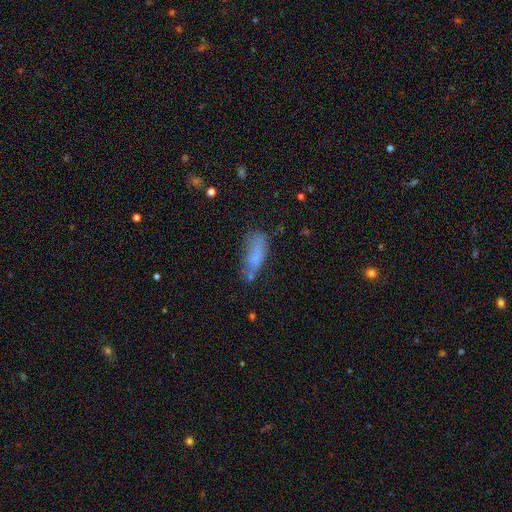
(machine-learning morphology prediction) This is likely a smooth galaxy (68%). How rounded: likely in between (61%). Merging: possibly none (46%).